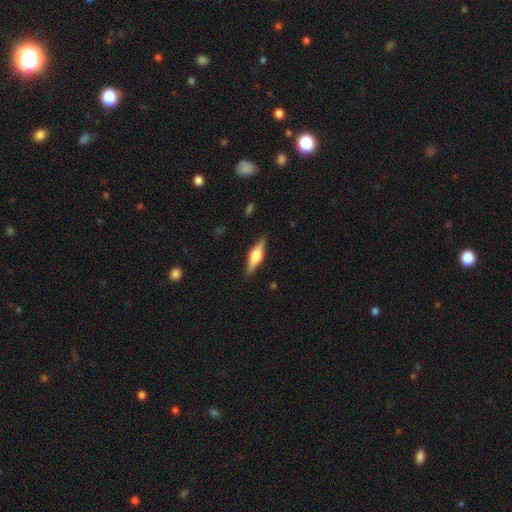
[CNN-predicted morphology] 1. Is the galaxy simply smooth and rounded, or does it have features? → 57% featured or disk, 36% smooth, 6% star or artifact.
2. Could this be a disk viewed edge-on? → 96% yes, 4% no.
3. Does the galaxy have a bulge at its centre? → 89% rounded, 9% boxy, 2% none.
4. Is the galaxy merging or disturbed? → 88% none, 9% minor disturbance, 2% major disturbance, 1% merger.